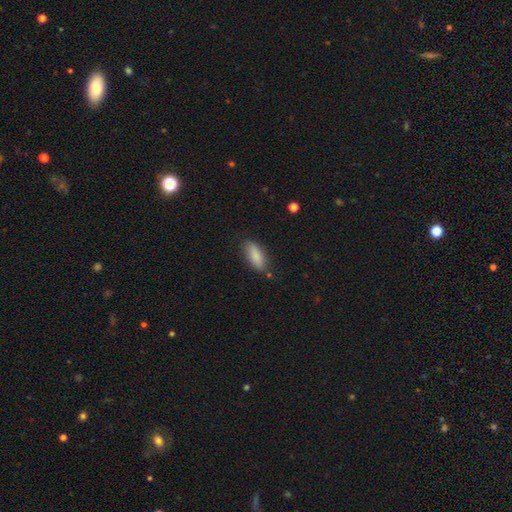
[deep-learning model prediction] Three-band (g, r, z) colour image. It shows a smooth galaxy with no disk features (85%) that is in between round and cigar-shaped (77%). Merging: none (80%).